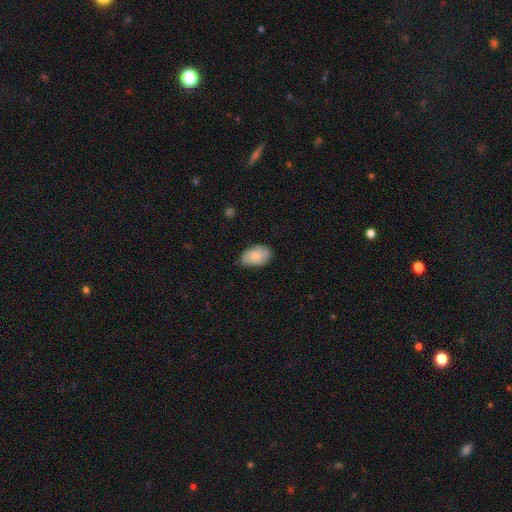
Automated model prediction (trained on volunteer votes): Smooth or featured? smooth (82%)
How rounded? in between (92%)
Merging? none (71%)